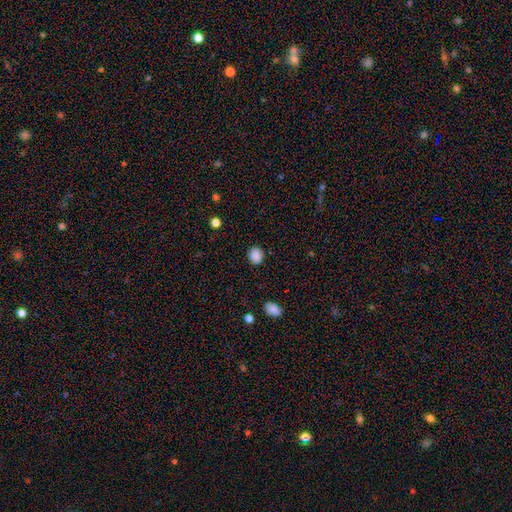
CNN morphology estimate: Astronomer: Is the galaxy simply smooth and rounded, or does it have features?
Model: smooth — 88%.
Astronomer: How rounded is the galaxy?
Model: round — 64%.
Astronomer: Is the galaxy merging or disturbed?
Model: none — 88%.